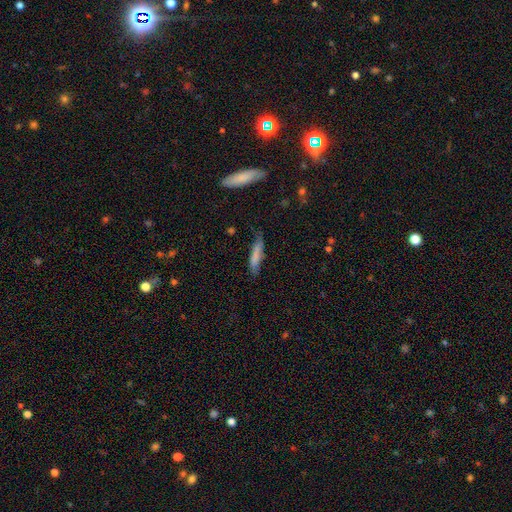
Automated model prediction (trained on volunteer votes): Q: Smooth or featured?
A: smooth (75%); runner-up: featured or disk (19%)
Q: How rounded?
A: cigar-shaped (83%); runner-up: in between (15%)
Q: Merging?
A: none (68%); runner-up: minor disturbance (25%)